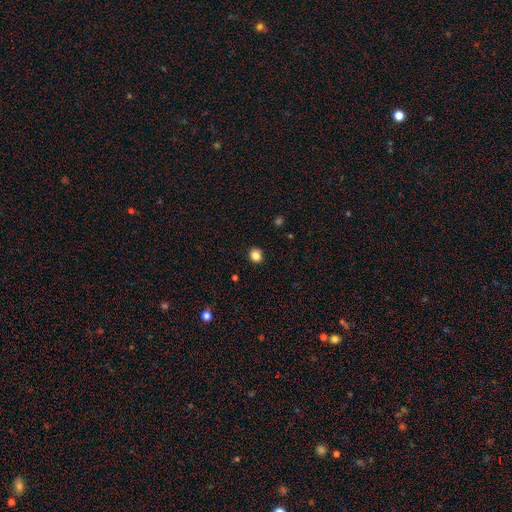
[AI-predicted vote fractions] A smooth galaxy with no disk features (84%) that is round (78%).

Vote fractions:
- Smooth or featured? smooth: 84% / star or artifact: 11% / featured or disk: 5%
- How rounded? round: 78% / in between: 21% / cigar-shaped: 1%
- Merging? none: 90% / minor disturbance: 7% / major disturbance: 2% / merger: 1%